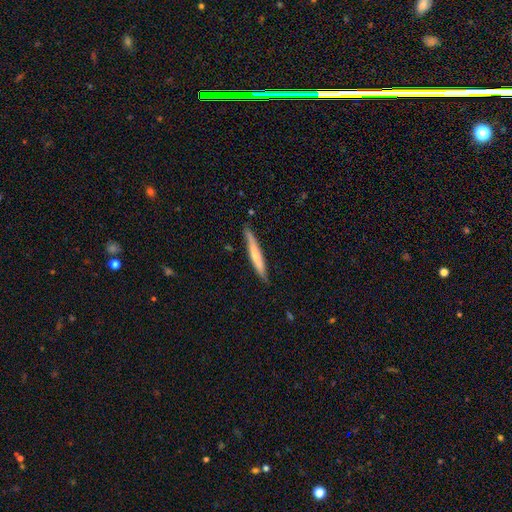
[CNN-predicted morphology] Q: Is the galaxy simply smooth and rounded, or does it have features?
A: smooth — 53%.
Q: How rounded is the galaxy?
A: cigar-shaped — 95%.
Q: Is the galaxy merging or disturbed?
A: none — 83%.